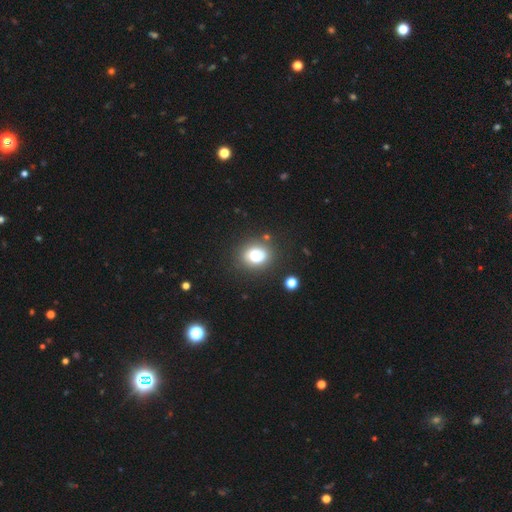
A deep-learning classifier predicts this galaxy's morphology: smooth 74%, featured or disk 13%, star or artifact 12%. Down the decision tree: how rounded — round (61%); merging — none (79%).